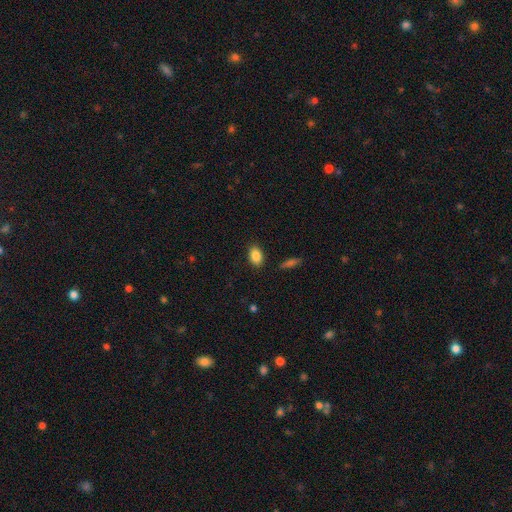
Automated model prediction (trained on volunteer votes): This appears to be a smooth galaxy with no disk features (86%) that is in between round and cigar-shaped (86%). Merging: none (87%).